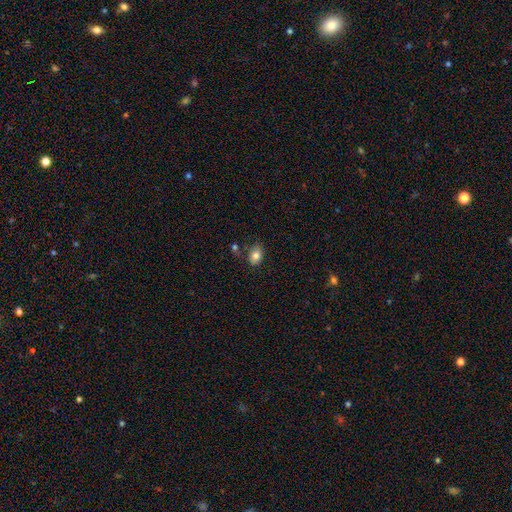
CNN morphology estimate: smooth-or-featured: smooth: 81% | featured or disk: 10% | star or artifact: 9%
  how-rounded: in between: 76% | round: 23% | cigar-shaped: 1%
  merging: none: 72% | minor disturbance: 16% | merger: 7% | major disturbance: 4%